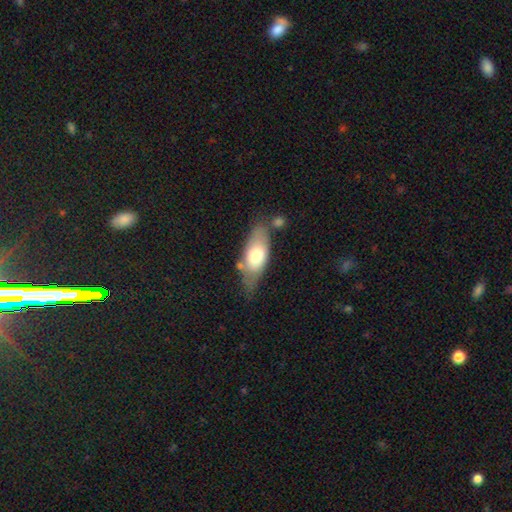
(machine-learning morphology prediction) Q: Smooth or featured?
A: smooth (68%); runner-up: featured or disk (26%)
Q: How rounded?
A: in between (83%); runner-up: cigar-shaped (14%)
Q: Merging?
A: none (56%); runner-up: minor disturbance (24%)